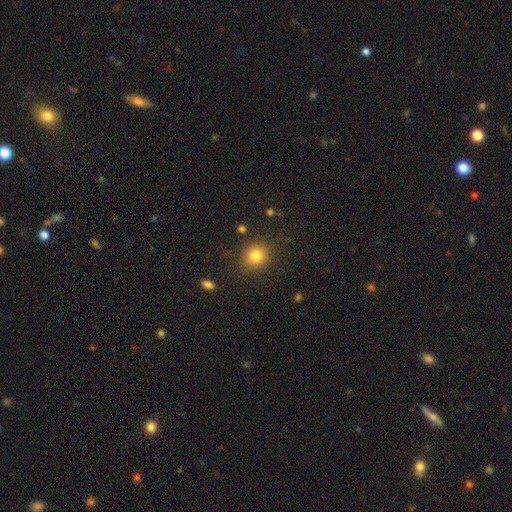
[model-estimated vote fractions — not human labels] smooth_or_featured: smooth (p=0.81) [alt: star or artifact p=0.11]
how_rounded: round (p=0.78) [alt: in between p=0.21]
merging: none (p=0.84) [alt: minor disturbance p=0.11]